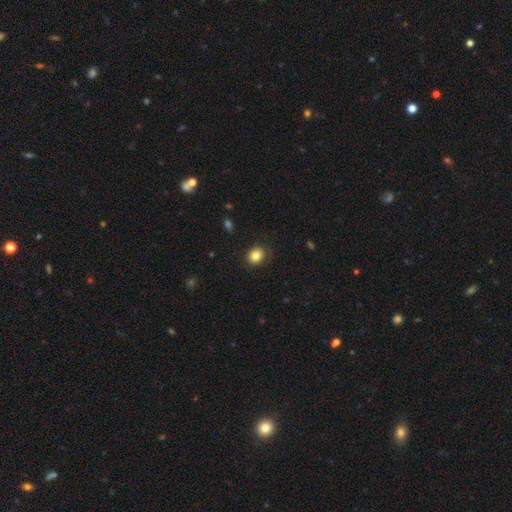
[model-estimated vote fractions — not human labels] A smooth galaxy with no disk features (84%) that is round (69%).

Vote fractions:
- Smooth or featured? smooth: 84% / star or artifact: 10% / featured or disk: 6%
- How rounded? round: 69% / in between: 30% / cigar-shaped: 1%
- Merging? none: 86% / minor disturbance: 10% / major disturbance: 3% / merger: 1%